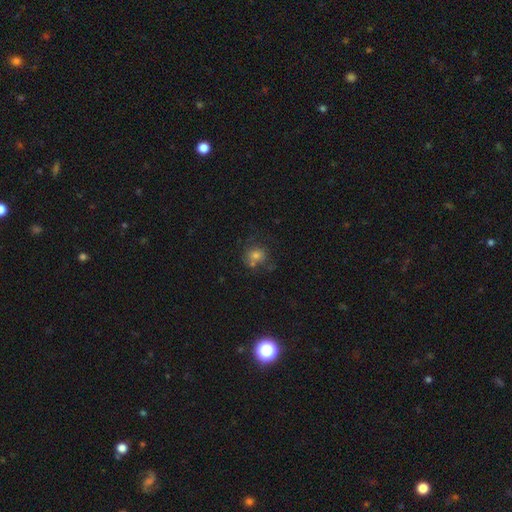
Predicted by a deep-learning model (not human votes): Smooth or featured? smooth (61%)
How rounded? round (77%)
Merging? none (54%)